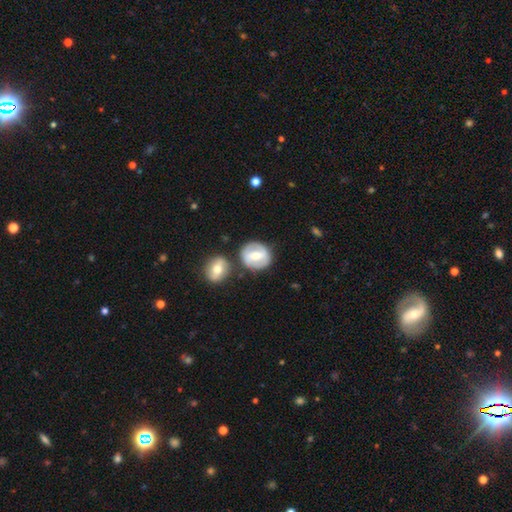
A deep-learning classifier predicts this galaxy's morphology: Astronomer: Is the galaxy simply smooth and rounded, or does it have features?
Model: featured or disk — 54% (runner-up: smooth, 40%).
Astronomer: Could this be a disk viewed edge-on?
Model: no — 94%.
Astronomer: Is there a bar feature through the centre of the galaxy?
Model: strong — 44% (runner-up: weak, 39%).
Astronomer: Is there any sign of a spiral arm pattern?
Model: no — 51% (runner-up: yes, 49%).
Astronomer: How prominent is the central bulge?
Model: moderate — 71%.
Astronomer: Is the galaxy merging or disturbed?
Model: none — 68%.